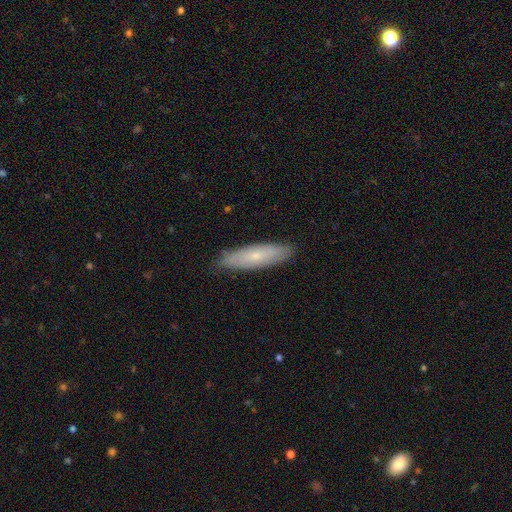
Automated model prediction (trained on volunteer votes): Morphology: type=smooth (62%); roundness=cigar-shaped (66%); merging=none (87%).